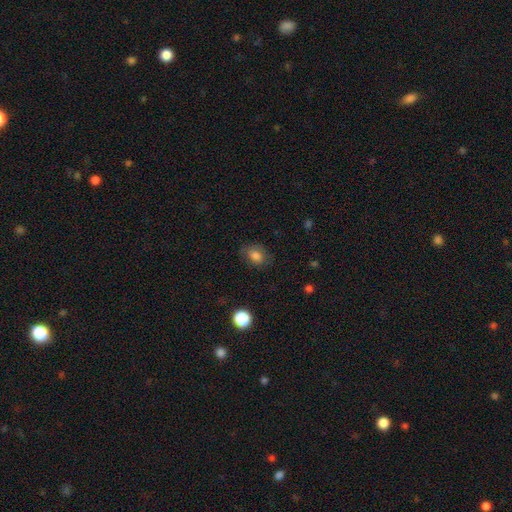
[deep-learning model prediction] A smooth galaxy with no disk features (81%) that is in between round and cigar-shaped (65%). Merging: none (76%).